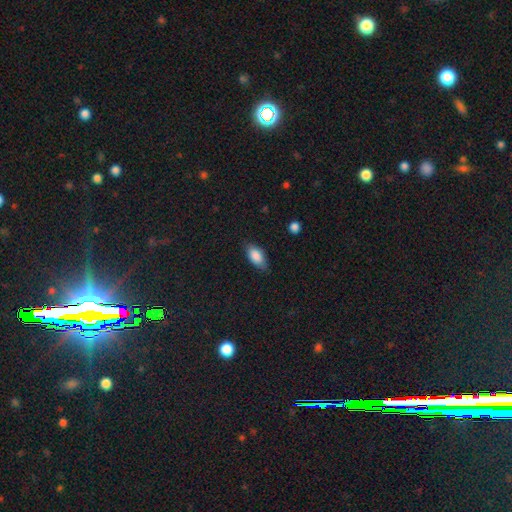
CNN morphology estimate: This appears to be a smooth galaxy with no disk features (85%) that is in between round and cigar-shaped (89%). Merging: none (78%).